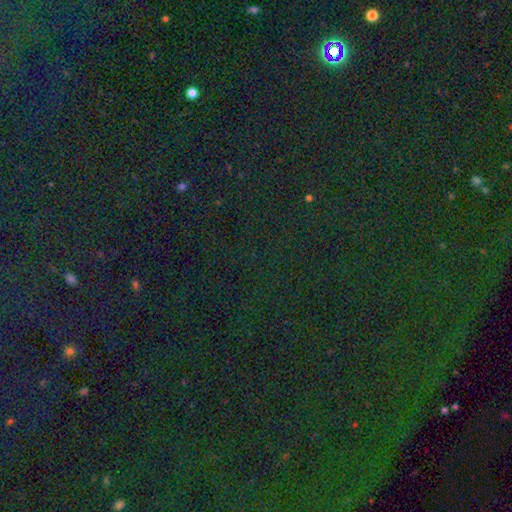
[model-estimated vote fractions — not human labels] A star or artifact, not a galaxy (81%).

Vote fractions:
- Smooth or featured? star or artifact: 81% / smooth: 12% / featured or disk: 7%